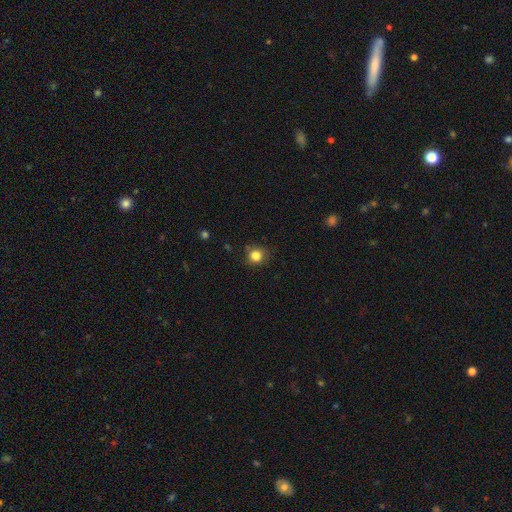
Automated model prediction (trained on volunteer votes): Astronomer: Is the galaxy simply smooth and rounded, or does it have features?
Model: smooth — 83%.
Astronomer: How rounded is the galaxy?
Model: round — 90%.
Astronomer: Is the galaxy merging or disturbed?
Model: none — 82%.